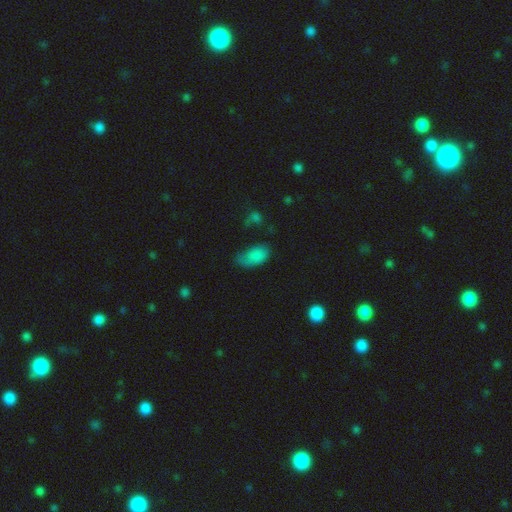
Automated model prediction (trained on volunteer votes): Smooth or featured?
  - smooth: 82% *
  - star or artifact: 10%
  - featured or disk: 9%
How rounded?
  - in between: 92% *
  - round: 5%
  - cigar-shaped: 3%
Merging?
  - none: 45% *
  - minor disturbance: 36%
  - major disturbance: 16%
  - merger: 4%